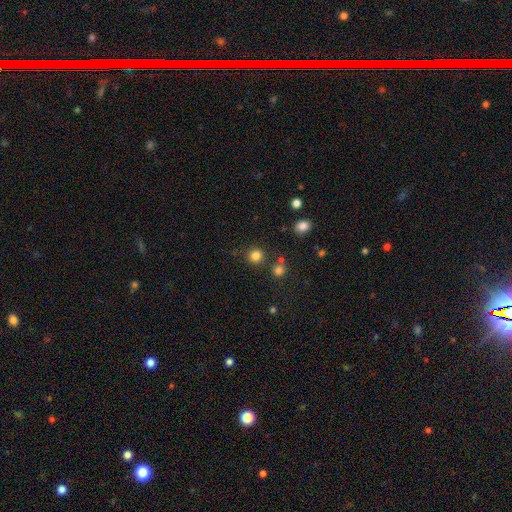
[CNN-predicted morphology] Q: Smooth or featured?
A: smooth (81%); runner-up: star or artifact (14%)
Q: How rounded?
A: round (91%); runner-up: in between (8%)
Q: Merging?
A: none (83%); runner-up: minor disturbance (7%)